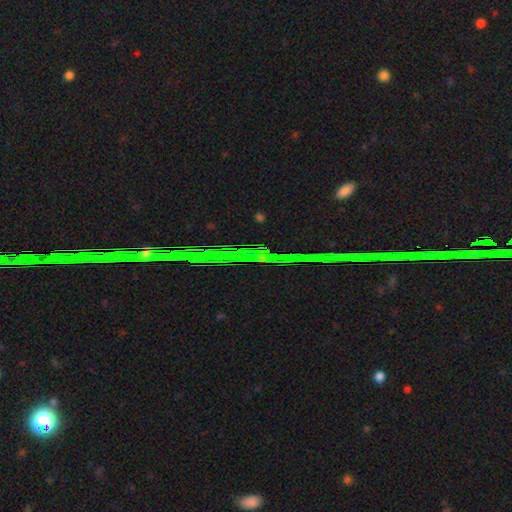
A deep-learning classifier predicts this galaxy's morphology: Q: Smooth or featured?
A: star or artifact (87%); runner-up: featured or disk (7%)